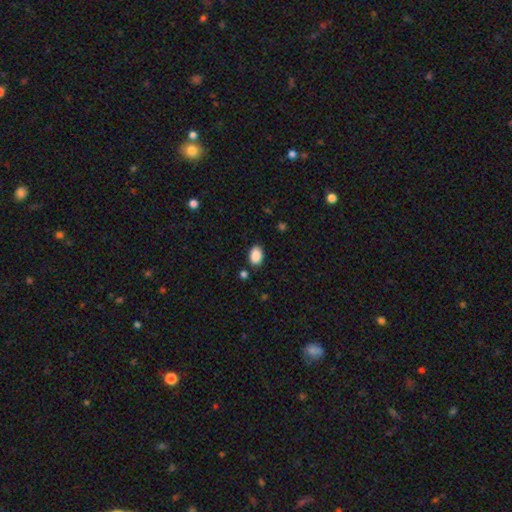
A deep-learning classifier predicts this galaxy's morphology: type=smooth (89%); roundness=in between (85%); merging=none (84%).